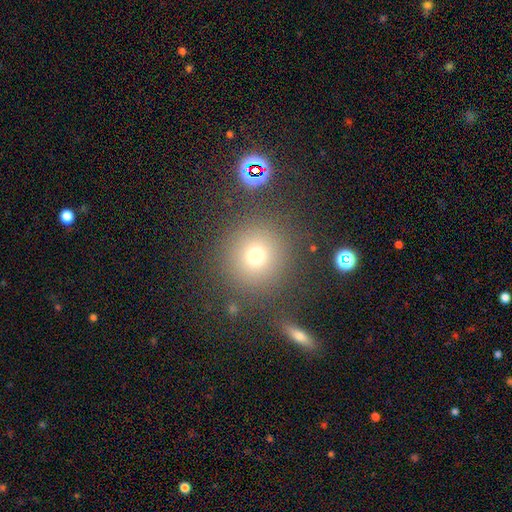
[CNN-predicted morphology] Q: Smooth or featured?
A: smooth (71%); runner-up: star or artifact (19%)
Q: How rounded?
A: round (93%); runner-up: in between (6%)
Q: Merging?
A: none (85%); runner-up: minor disturbance (7%)